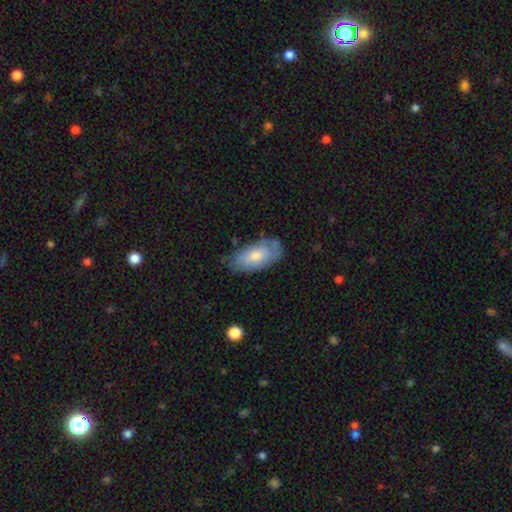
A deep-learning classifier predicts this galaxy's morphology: Smooth or featured? Predicted: smooth (p=0.65). How rounded? Predicted: in between (p=0.91). Merging? Predicted: none (p=0.65).